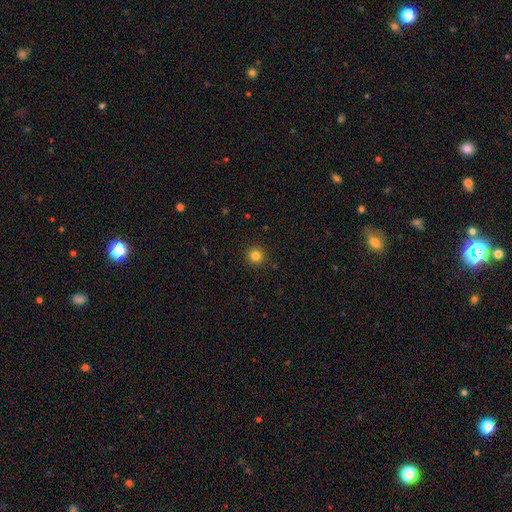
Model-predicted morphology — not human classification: smooth-or-featured: smooth: 82% | star or artifact: 13% | featured or disk: 5%
  how-rounded: round: 94% | in between: 5% | cigar-shaped: 1%
  merging: none: 92% | minor disturbance: 5% | major disturbance: 2% | merger: 1%